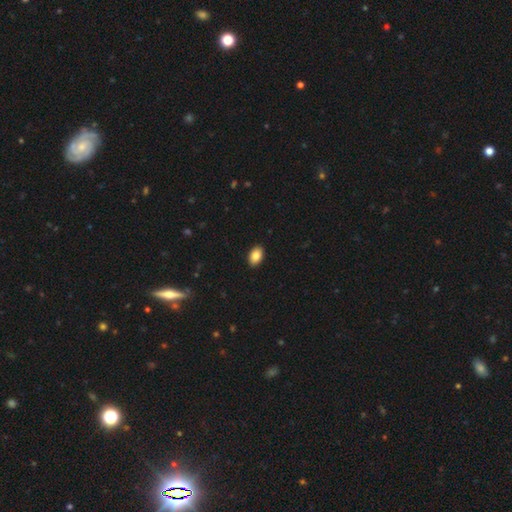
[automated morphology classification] smooth 87%, star or artifact 8%, featured or disk 6%. Down the decision tree: how rounded — in between (89%); merging — none (91%).